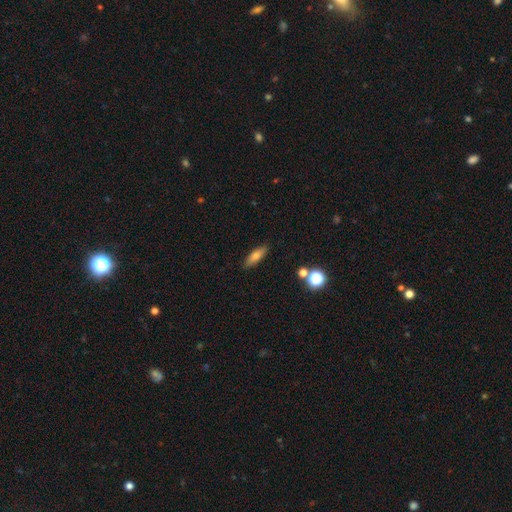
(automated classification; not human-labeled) Q: Smooth or featured?
A: smooth (70%); runner-up: featured or disk (21%)
Q: How rounded?
A: cigar-shaped (49%); runner-up: in between (47%)
Q: Merging?
A: none (87%); runner-up: minor disturbance (8%)